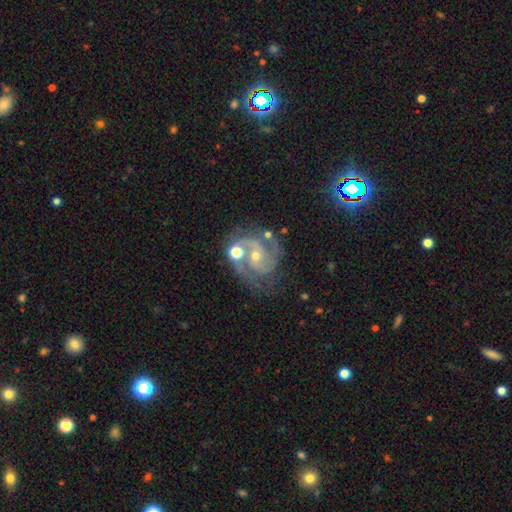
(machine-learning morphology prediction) Smooth or featured? featured or disk (88%)
Edge-on disk? no (98%)
Bar? no (52%)
Spiral arms? yes (98%)
Spiral winding? medium (53%)
Spiral arm count? 2 (76%)
Bulge size? small (55%)
Merging? none (63%)